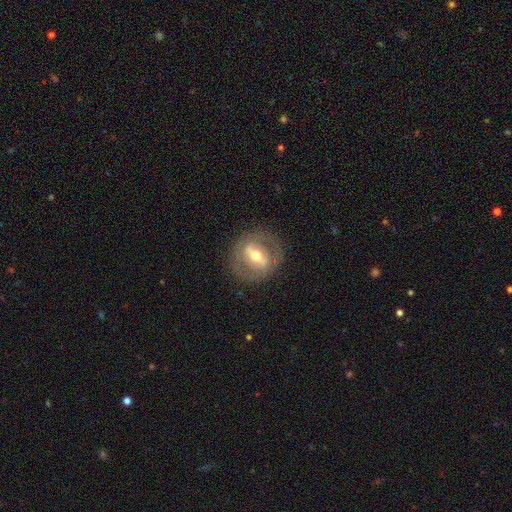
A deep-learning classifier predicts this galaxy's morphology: Smooth or featured? featured or disk (66%)
Edge-on disk? no (92%)
Bar? strong (48%)
Spiral arms? no (64%)
Bulge size? moderate (68%)
Merging? none (81%)